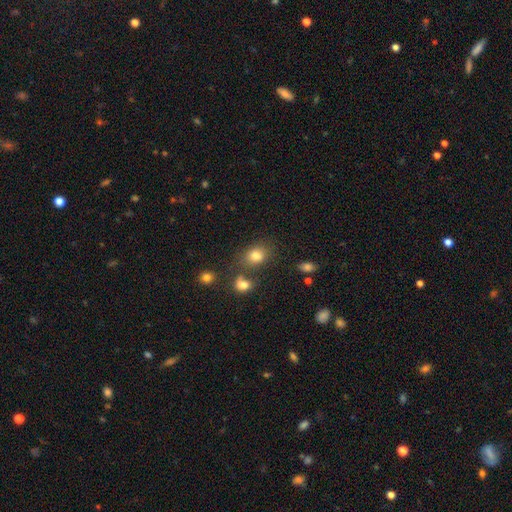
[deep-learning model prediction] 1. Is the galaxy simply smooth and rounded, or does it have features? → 80% smooth, 12% star or artifact, 8% featured or disk.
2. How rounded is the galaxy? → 58% in between, 40% round, 1% cigar-shaped.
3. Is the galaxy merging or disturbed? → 65% none, 15% merger, 15% minor disturbance, 6% major disturbance.